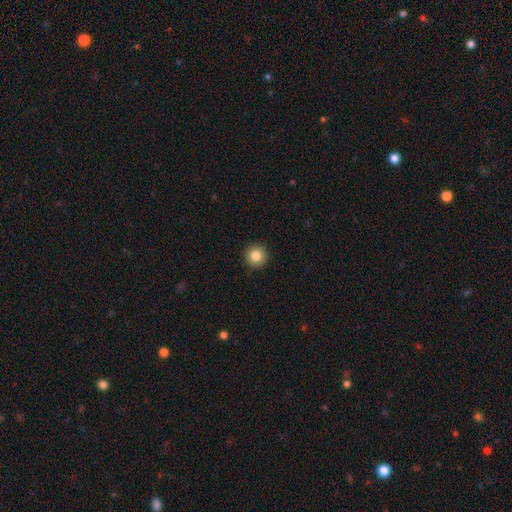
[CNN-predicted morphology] Smooth or featured: smooth — 84% (star or artifact — 10%)
How rounded: round — 96% (in between — 3%)
Merging: none — 93% (minor disturbance — 4%)